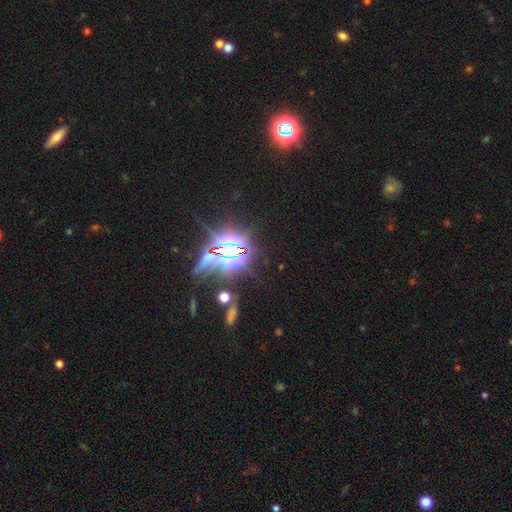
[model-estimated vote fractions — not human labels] smooth-or-featured: star or artifact: 82% | smooth: 10% | featured or disk: 9%